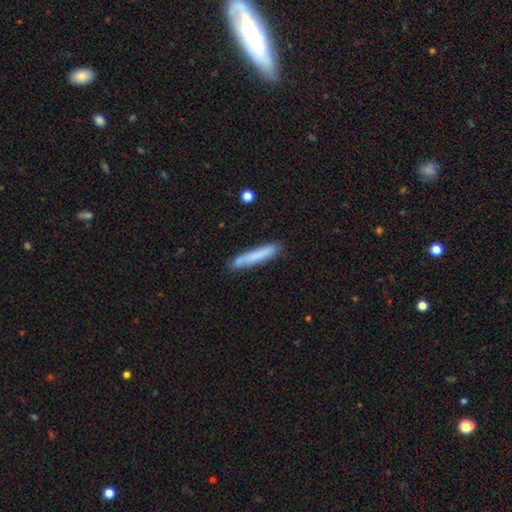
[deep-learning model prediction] smooth 77%, featured or disk 17%, star or artifact 6%. Down the decision tree: how rounded — cigar-shaped (94%); merging — none (82%).